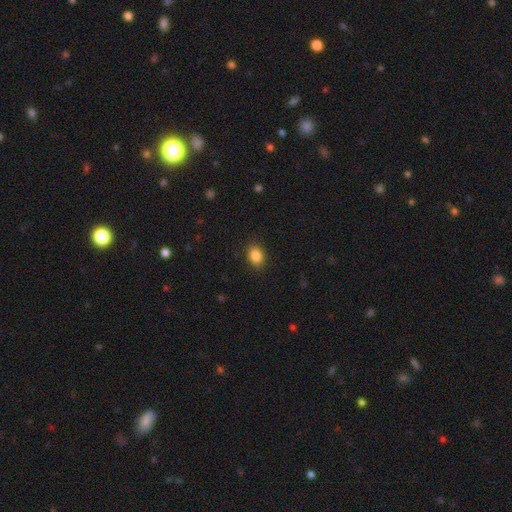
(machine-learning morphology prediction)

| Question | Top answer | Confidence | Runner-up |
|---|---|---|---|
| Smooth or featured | smooth | 87% | star or artifact (9%) |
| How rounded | in between | 72% | round (27%) |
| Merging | none | 88% | minor disturbance (8%) |